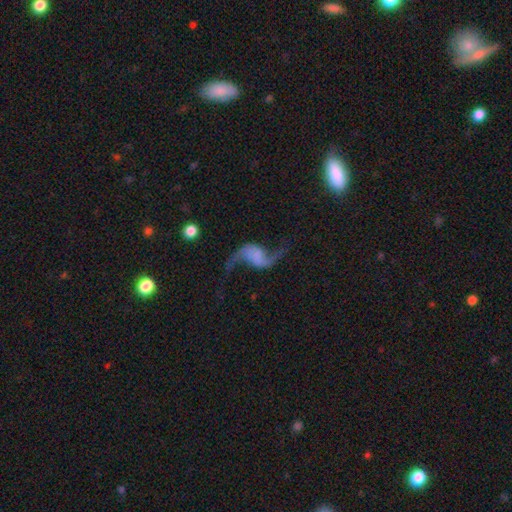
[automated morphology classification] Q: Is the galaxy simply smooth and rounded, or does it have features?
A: featured or disk — 89%.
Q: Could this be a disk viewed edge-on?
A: no — 97%.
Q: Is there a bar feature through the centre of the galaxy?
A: no — 51%.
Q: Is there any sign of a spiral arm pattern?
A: yes — 97%.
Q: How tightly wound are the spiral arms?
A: loose — 93%.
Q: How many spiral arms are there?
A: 2 — 95%.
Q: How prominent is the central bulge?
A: none — 62%.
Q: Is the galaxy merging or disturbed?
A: none — 72%.